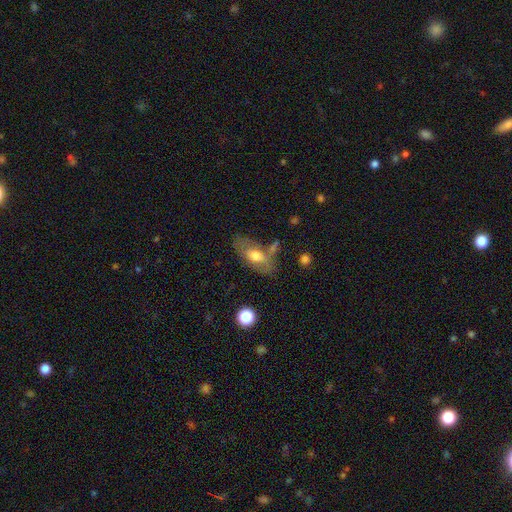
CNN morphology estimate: smooth_or_featured: smooth (p=0.59) [alt: featured or disk p=0.34]
how_rounded: in between (p=0.84) [alt: cigar-shaped p=0.12]
merging: none (p=0.59) [alt: minor disturbance p=0.22]